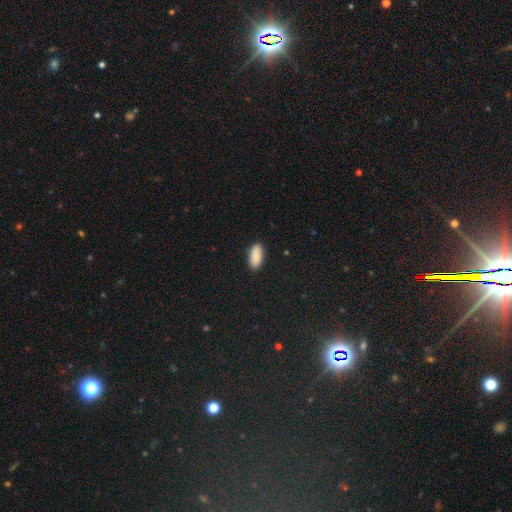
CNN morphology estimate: Smooth or featured? Predicted: smooth (p=0.90). How rounded? Predicted: in between (p=0.88). Merging? Predicted: none (p=0.89).